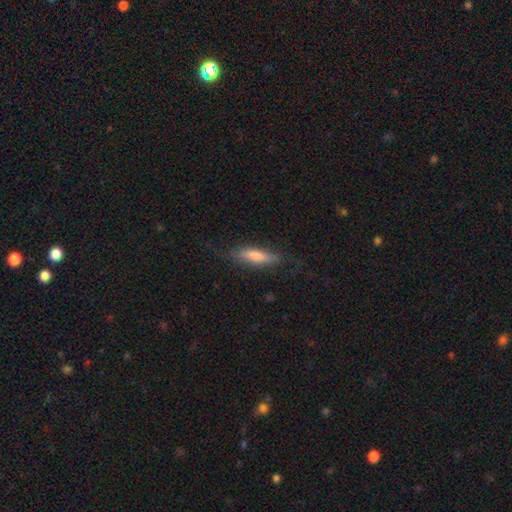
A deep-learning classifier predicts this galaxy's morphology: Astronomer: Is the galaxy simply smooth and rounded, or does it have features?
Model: smooth — 63%.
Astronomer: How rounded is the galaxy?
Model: cigar-shaped — 69%.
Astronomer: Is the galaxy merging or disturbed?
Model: none — 71%.